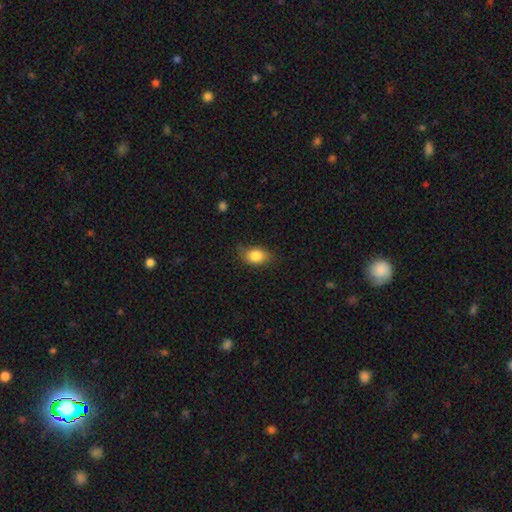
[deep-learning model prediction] Smooth or featured? Predicted: smooth (p=0.84). How rounded? Predicted: in between (p=0.76). Merging? Predicted: none (p=0.72).